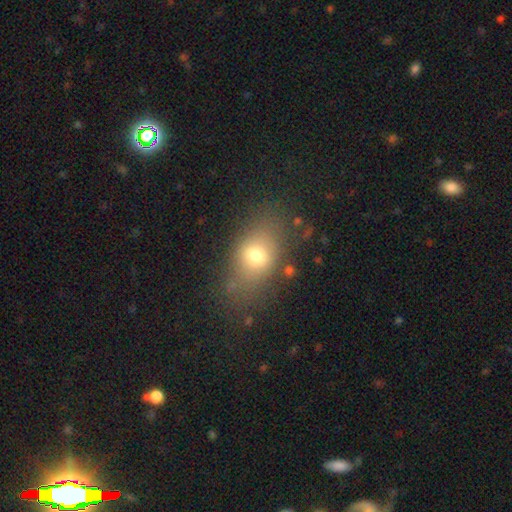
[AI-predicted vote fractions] Smooth or featured?
  - smooth: 72% *
  - featured or disk: 16%
  - star or artifact: 12%
How rounded?
  - in between: 75% *
  - round: 21%
  - cigar-shaped: 4%
Merging?
  - none: 70% *
  - minor disturbance: 18%
  - major disturbance: 9%
  - merger: 3%